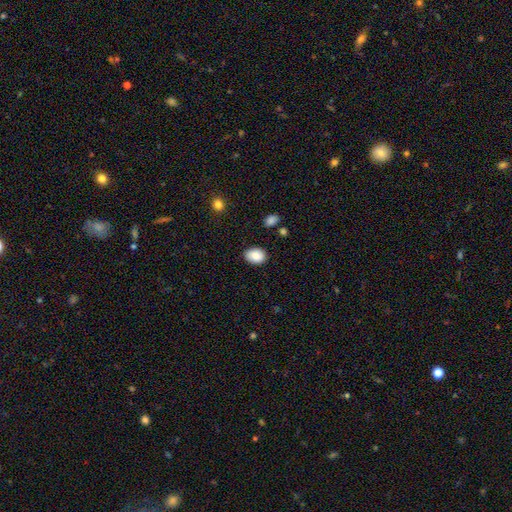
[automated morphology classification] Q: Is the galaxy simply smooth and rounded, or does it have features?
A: smooth — 88%.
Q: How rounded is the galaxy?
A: in between — 74%.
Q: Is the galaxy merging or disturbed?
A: none — 85%.